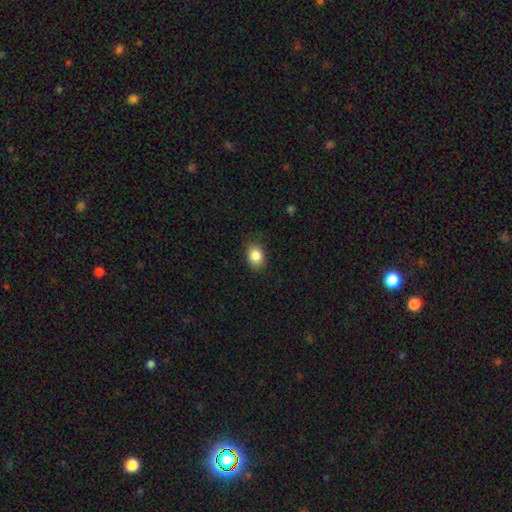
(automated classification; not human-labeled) Smooth or featured?
  - smooth: 86% *
  - star or artifact: 9%
  - featured or disk: 5%
How rounded?
  - in between: 56% *
  - round: 43%
  - cigar-shaped: 1%
Merging?
  - none: 83% *
  - minor disturbance: 13%
  - major disturbance: 3%
  - merger: 1%